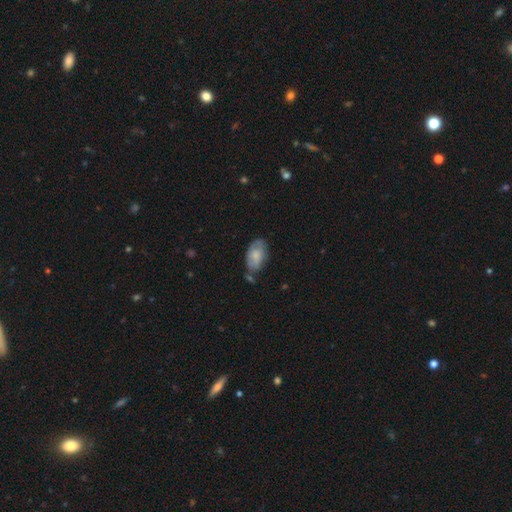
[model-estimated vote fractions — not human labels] Q: Smooth or featured?
A: smooth (68%); runner-up: featured or disk (26%)
Q: How rounded?
A: in between (93%); runner-up: round (5%)
Q: Merging?
A: none (56%); runner-up: minor disturbance (29%)